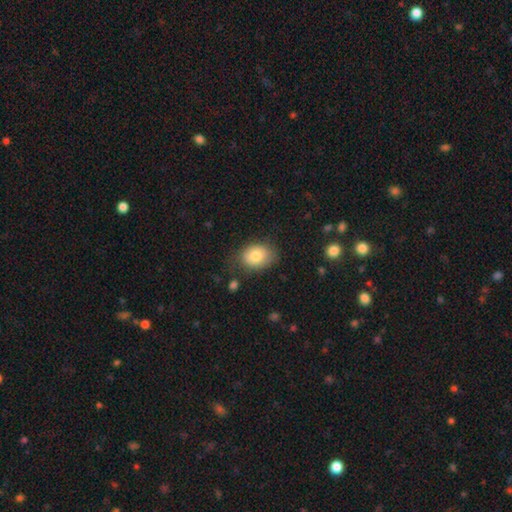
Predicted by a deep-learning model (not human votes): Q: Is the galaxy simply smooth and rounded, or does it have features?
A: smooth — 81%.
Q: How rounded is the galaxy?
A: in between — 69%.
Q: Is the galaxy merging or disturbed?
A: none — 69%.